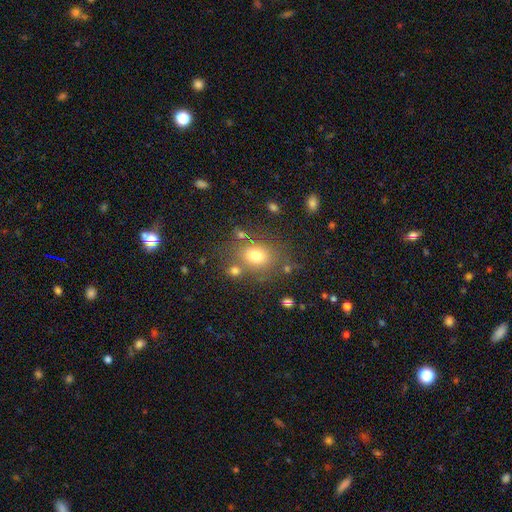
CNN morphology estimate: Smooth or featured? smooth (73%)
How rounded? round (68%)
Merging? none (71%)